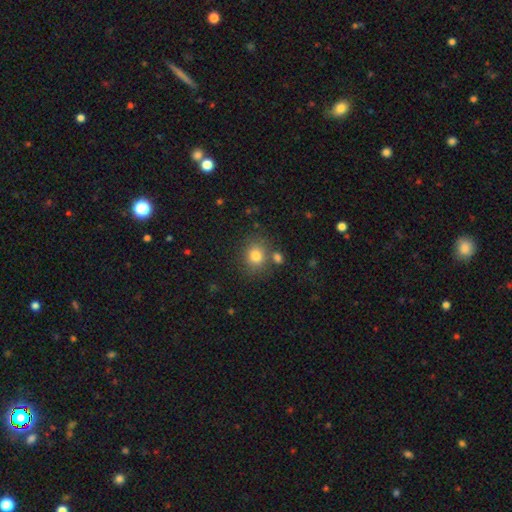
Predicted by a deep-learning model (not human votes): This is likely a smooth galaxy (79%). How rounded: likely round (71%). Merging: likely none (71%).